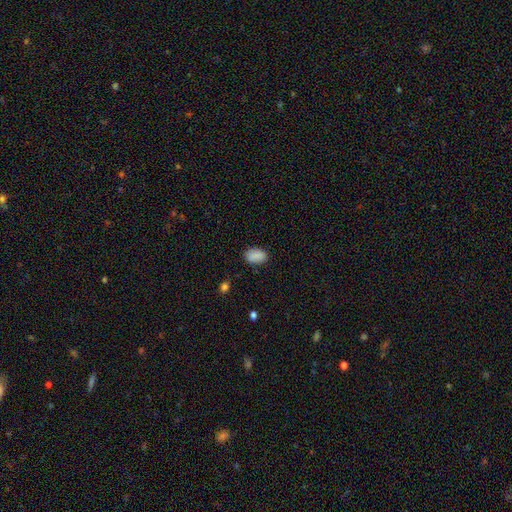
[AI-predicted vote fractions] Smooth or featured?
  - smooth: 89% *
  - star or artifact: 8%
  - featured or disk: 4%
How rounded?
  - in between: 90% *
  - round: 8%
  - cigar-shaped: 1%
Merging?
  - none: 85% *
  - minor disturbance: 11%
  - major disturbance: 3%
  - merger: 1%